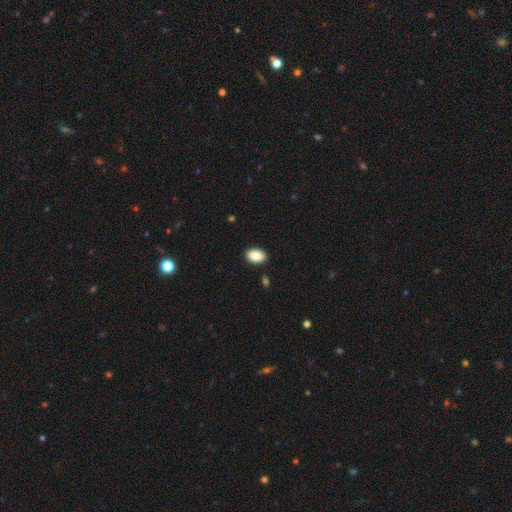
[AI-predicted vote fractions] Morphology: type=smooth (88%); roundness=in between (86%); merging=none (90%).